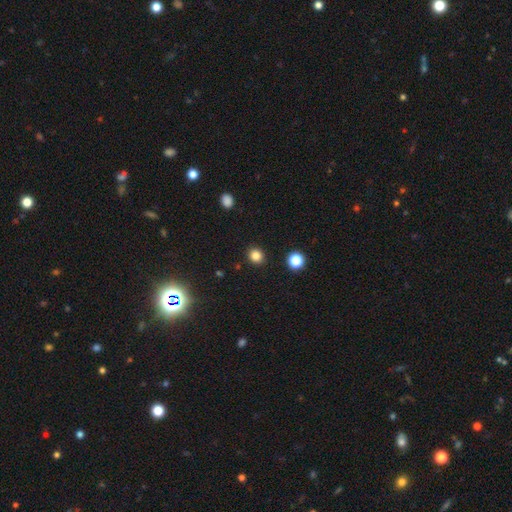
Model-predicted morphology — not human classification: A smooth galaxy with no disk features (83%) that is round (83%).

Vote fractions:
- Smooth or featured? smooth: 83% / star or artifact: 13% / featured or disk: 4%
- How rounded? round: 83% / in between: 16% / cigar-shaped: 1%
- Merging? none: 91% / minor disturbance: 6% / major disturbance: 2% / merger: 2%